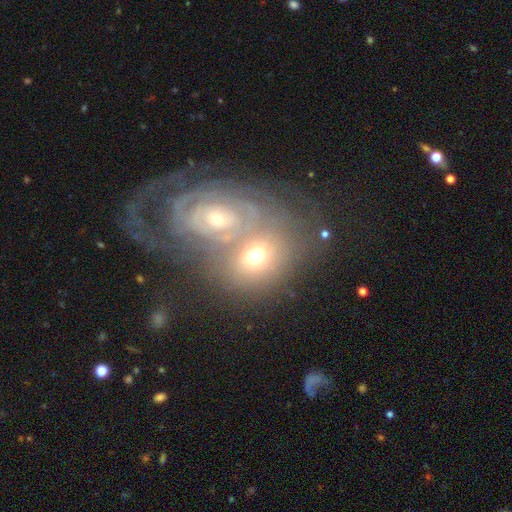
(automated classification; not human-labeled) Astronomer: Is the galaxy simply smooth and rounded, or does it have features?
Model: featured or disk — 45% (runner-up: smooth, 44%).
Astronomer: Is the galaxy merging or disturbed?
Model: merger — 60%.